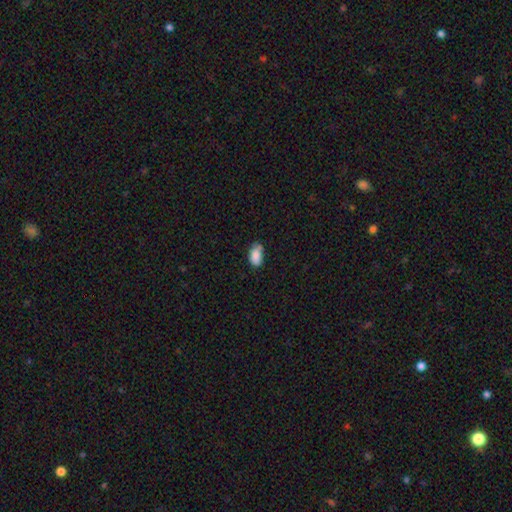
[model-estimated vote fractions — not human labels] Smooth or featured: smooth — 86% (star or artifact — 8%)
How rounded: in between — 92% (round — 6%)
Merging: none — 59% (minor disturbance — 30%)